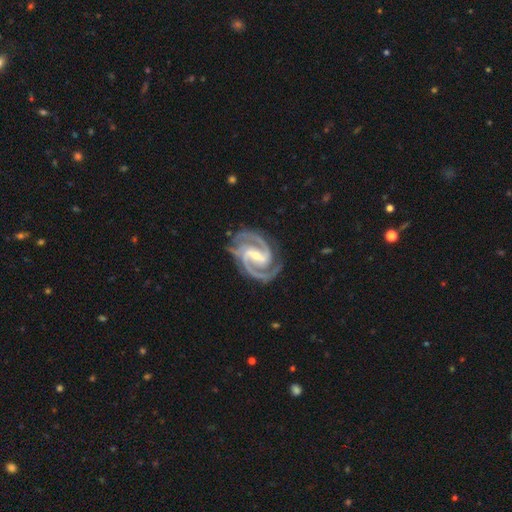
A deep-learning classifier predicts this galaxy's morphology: type=featured or disk (95%); edge-on=no (98%); bar=strong (51%); spiral arms=yes (99%); winding=medium (52%); arm count=2 (64%); bulge=small (59%); merging=none (77%).